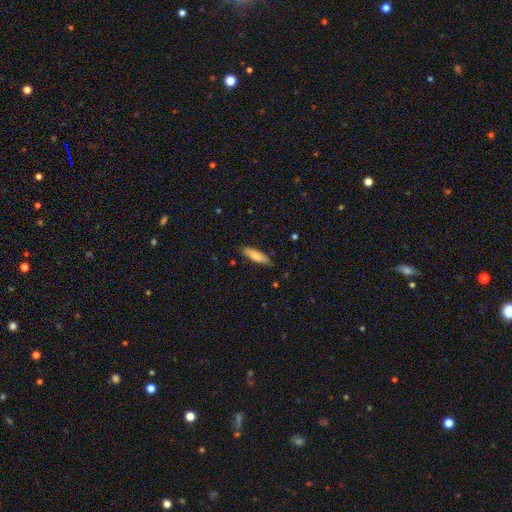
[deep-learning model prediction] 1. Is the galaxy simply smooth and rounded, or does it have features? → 79% smooth, 15% featured or disk, 6% star or artifact.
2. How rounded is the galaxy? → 57% cigar-shaped, 41% in between, 2% round.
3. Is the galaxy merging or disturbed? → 81% none, 16% minor disturbance, 2% major disturbance, 1% merger.